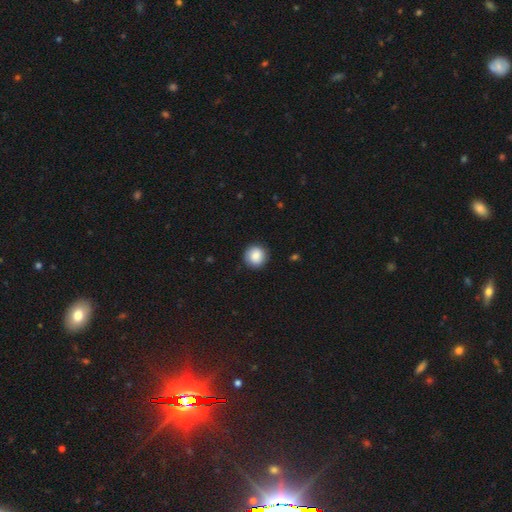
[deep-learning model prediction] smooth 86%, star or artifact 7%, featured or disk 6%. Down the decision tree: how rounded — round (91%); merging — none (89%).